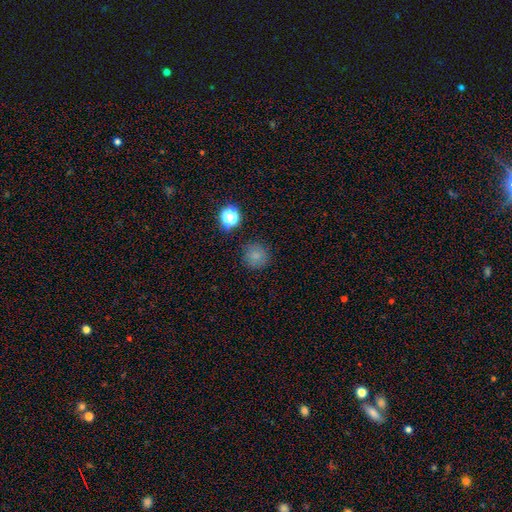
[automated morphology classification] Overall: smooth (78%). How rounded: round (94%). Merging: none (86%).